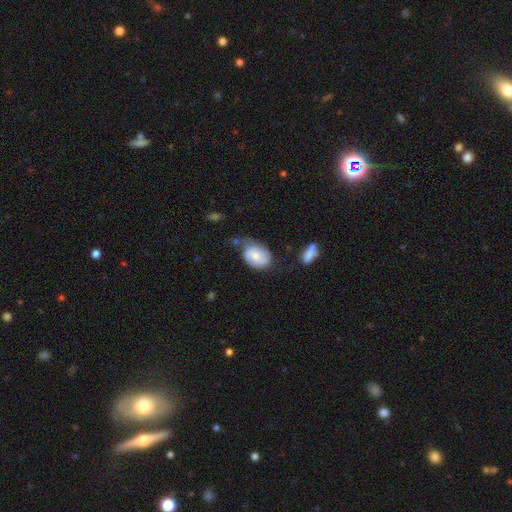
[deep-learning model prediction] A smooth galaxy with no disk features (66%) that is in between round and cigar-shaped (77%). Merging: none (46%).